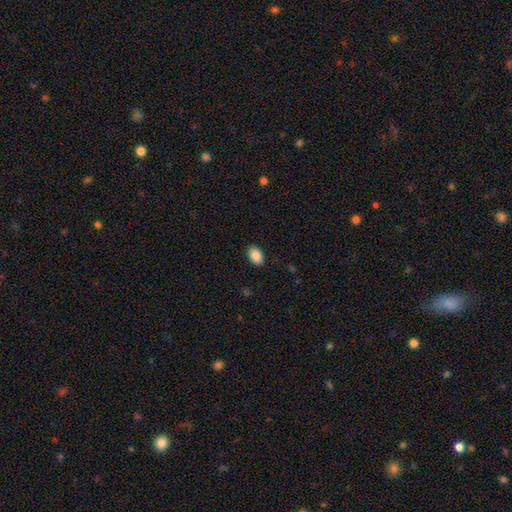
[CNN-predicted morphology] A smooth galaxy with no disk features (87%) that is in between round and cigar-shaped (88%). Merging: none (89%).